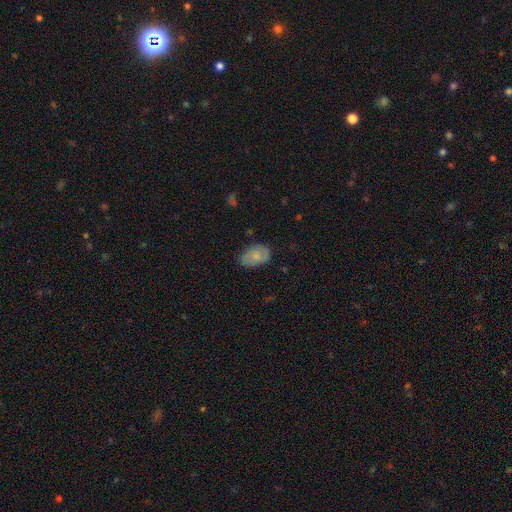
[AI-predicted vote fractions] smooth-or-featured: smooth: 60% | featured or disk: 32% | star or artifact: 8%
  how-rounded: in between: 87% | round: 12% | cigar-shaped: 1%
  merging: none: 68% | minor disturbance: 24% | major disturbance: 6% | merger: 1%